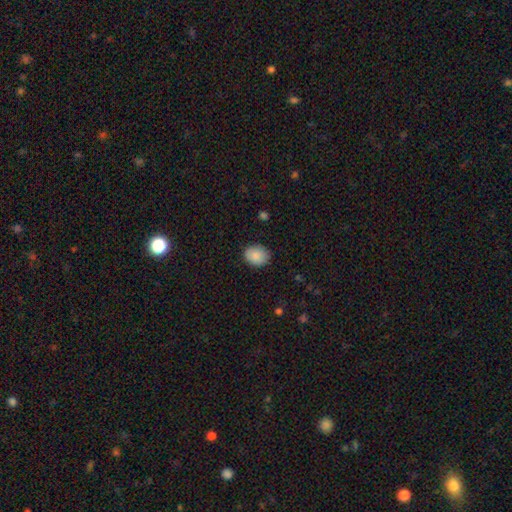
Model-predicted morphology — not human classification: Smooth or featured: smooth — 87% (star or artifact — 7%)
How rounded: round — 50% (in between — 49%)
Merging: none — 83% (minor disturbance — 13%)